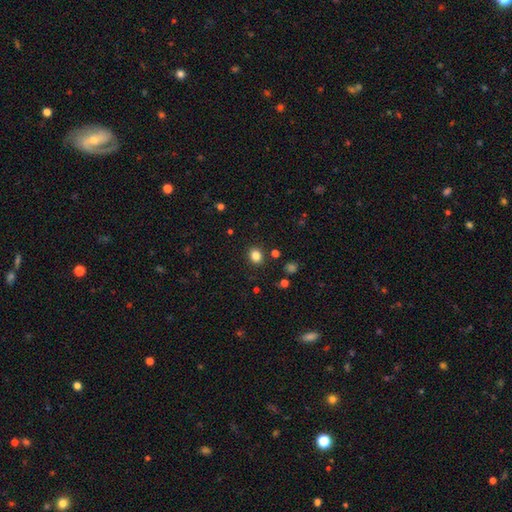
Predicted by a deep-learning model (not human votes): The model was most divided on "how rounded": round: 63%, in between: 36%, cigar-shaped: 1%. More confident: merging — none (88%); smooth or featured — smooth (83%).